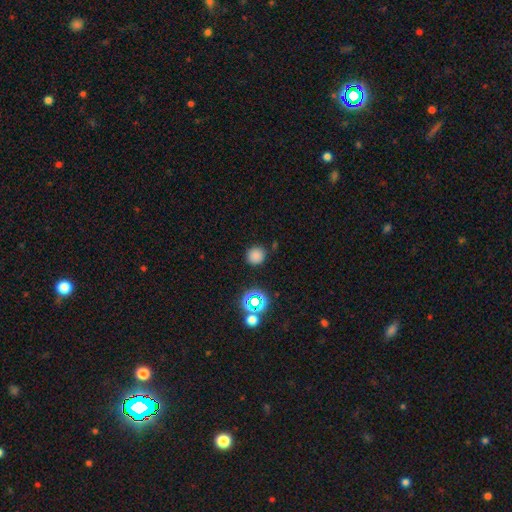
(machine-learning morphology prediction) Q: Smooth or featured?
A: smooth (77%); runner-up: star or artifact (17%)
Q: How rounded?
A: round (90%); runner-up: in between (9%)
Q: Merging?
A: none (86%); runner-up: minor disturbance (9%)